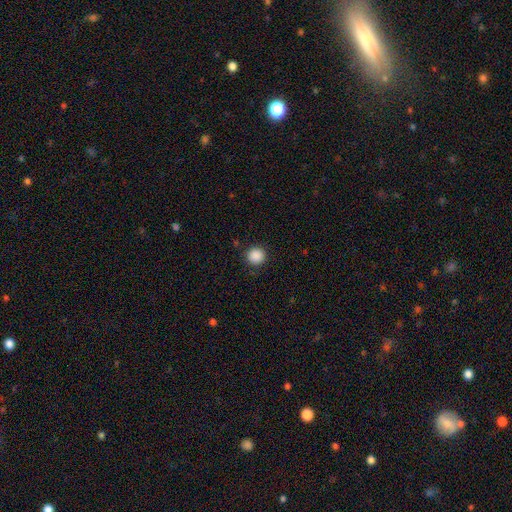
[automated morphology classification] Smooth or featured: smooth — 88% (star or artifact — 10%)
How rounded: round — 94% (in between — 5%)
Merging: none — 90% (minor disturbance — 7%)